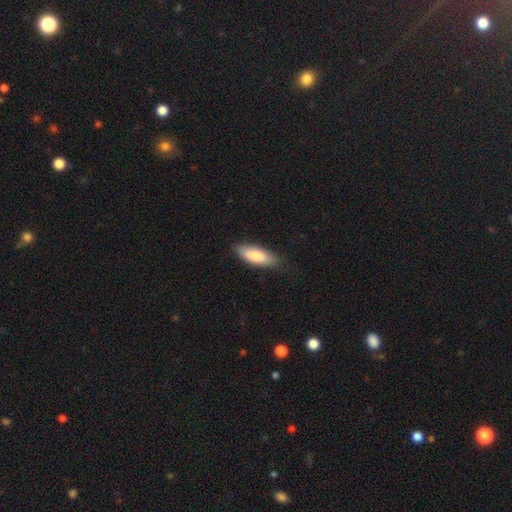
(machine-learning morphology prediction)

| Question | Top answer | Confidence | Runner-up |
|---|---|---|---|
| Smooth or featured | smooth | 83% | featured or disk (12%) |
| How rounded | in between | 68% | cigar-shaped (31%) |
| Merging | none | 81% | minor disturbance (16%) |